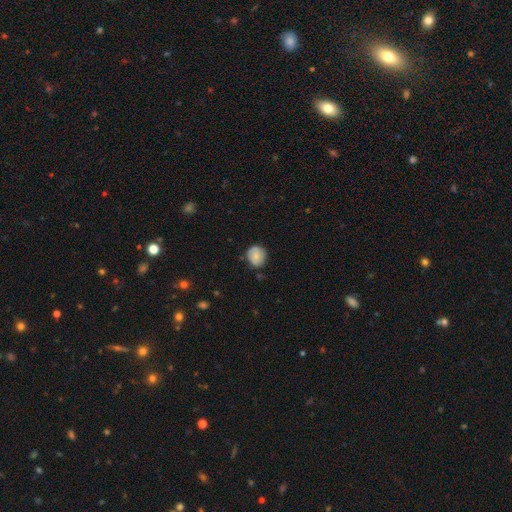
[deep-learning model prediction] The model was most divided on "merging": none: 68%, minor disturbance: 25%, major disturbance: 4%, merger: 2%. More confident: smooth or featured — smooth (76%); how rounded — round (72%).